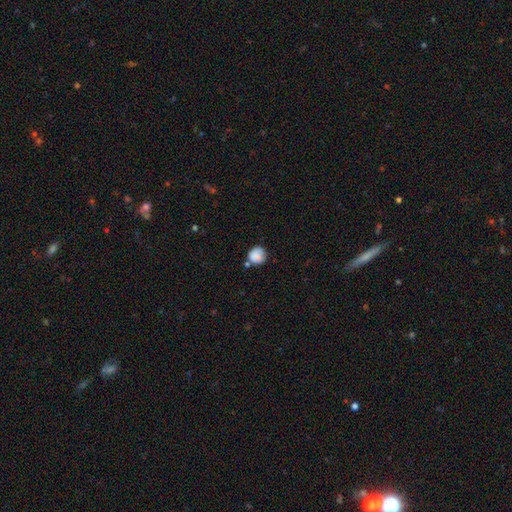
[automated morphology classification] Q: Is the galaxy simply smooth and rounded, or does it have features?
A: smooth — 84%.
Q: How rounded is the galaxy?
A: round — 88%.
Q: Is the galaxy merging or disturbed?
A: none — 64%.